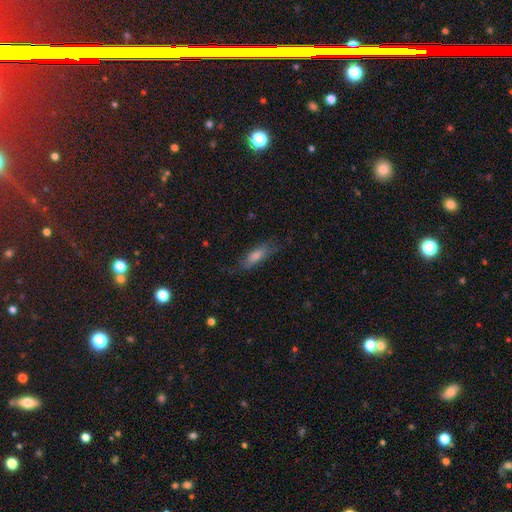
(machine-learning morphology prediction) This is possibly a smooth galaxy (58%). How rounded: possibly cigar-shaped (51%). Merging: likely none (69%).